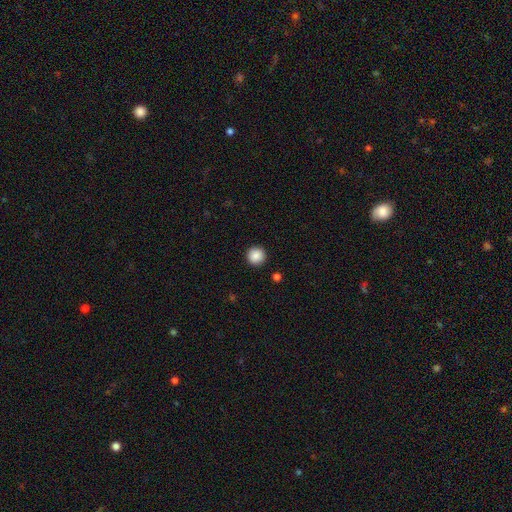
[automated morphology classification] Overall: smooth (88%). How rounded: round (96%). Merging: none (93%).